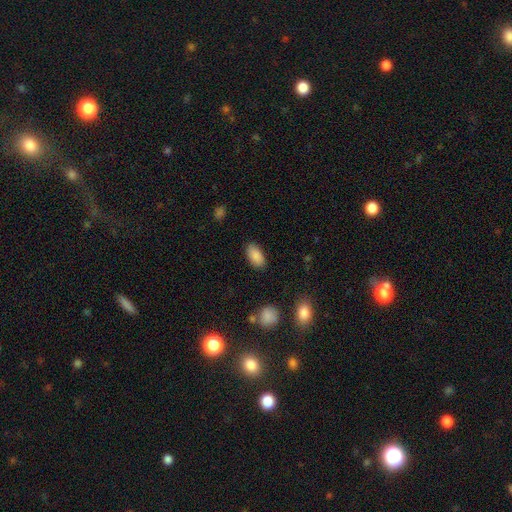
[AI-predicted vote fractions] smooth_or_featured: smooth (p=0.88) [alt: star or artifact p=0.07]
how_rounded: in between (p=0.94) [alt: round p=0.03]
merging: none (p=0.87) [alt: minor disturbance p=0.09]